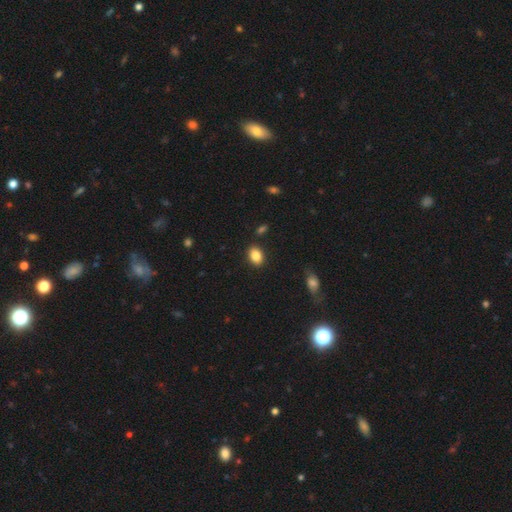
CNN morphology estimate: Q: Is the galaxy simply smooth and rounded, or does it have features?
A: smooth — 87%.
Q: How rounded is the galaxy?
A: in between — 75%.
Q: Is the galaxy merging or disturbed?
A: none — 87%.